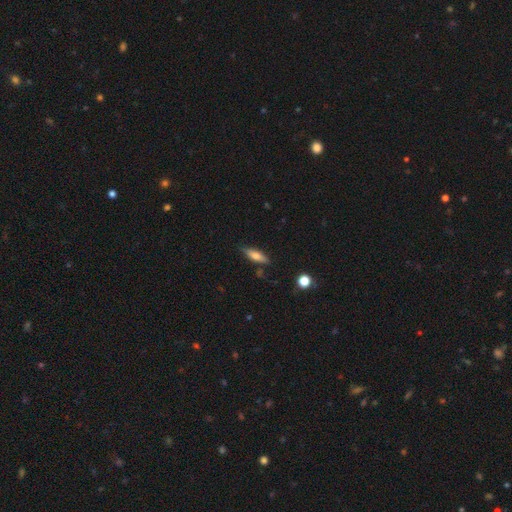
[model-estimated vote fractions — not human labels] Smooth or featured?
  - smooth: 67% *
  - featured or disk: 26%
  - star or artifact: 7%
How rounded?
  - cigar-shaped: 52% *
  - in between: 46%
  - round: 3%
Merging?
  - none: 80% *
  - minor disturbance: 14%
  - major disturbance: 3%
  - merger: 3%